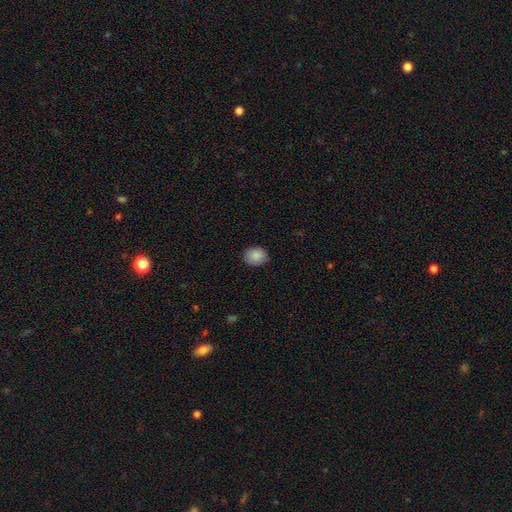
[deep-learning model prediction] This appears to be a smooth galaxy with no disk features (88%) that is round (55%). Merging: none (84%).